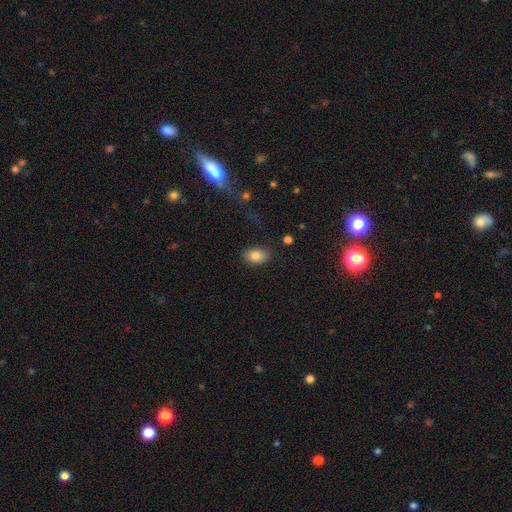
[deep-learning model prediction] Q: Smooth or featured?
A: smooth (83%); runner-up: star or artifact (9%)
Q: How rounded?
A: in between (87%); runner-up: round (12%)
Q: Merging?
A: none (80%); runner-up: minor disturbance (15%)